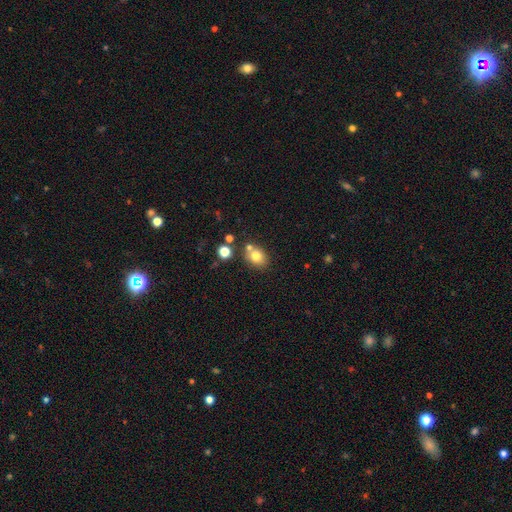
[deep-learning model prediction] Smooth or featured?
  - smooth: 76% *
  - star or artifact: 13%
  - featured or disk: 11%
How rounded?
  - round: 54% *
  - in between: 45%
  - cigar-shaped: 1%
Merging?
  - none: 65% *
  - merger: 20%
  - minor disturbance: 12%
  - major disturbance: 3%